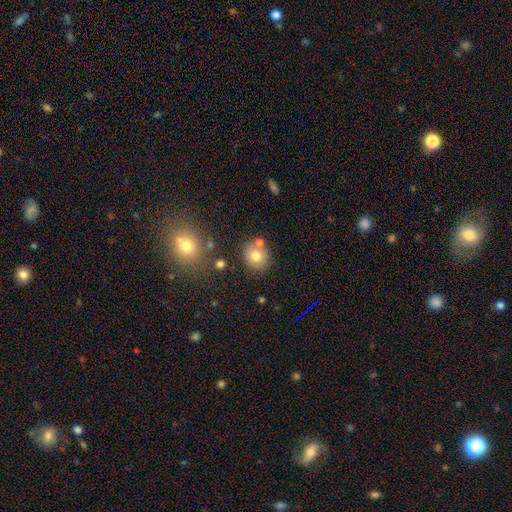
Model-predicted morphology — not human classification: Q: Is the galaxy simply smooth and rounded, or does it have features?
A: smooth — 75%.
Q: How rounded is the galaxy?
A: round — 71%.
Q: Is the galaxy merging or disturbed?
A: none — 71%.